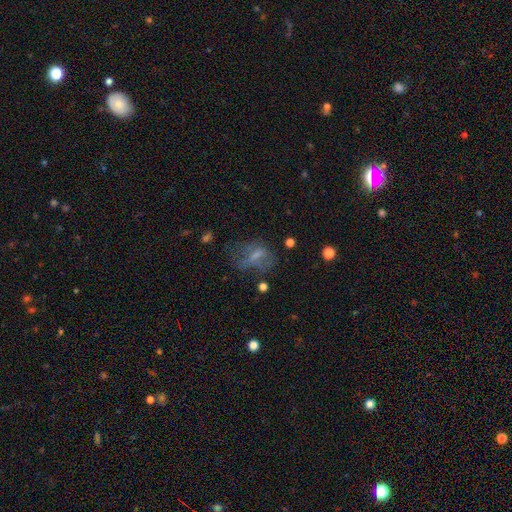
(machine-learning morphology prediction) Smooth or featured: smooth — 47% (featured or disk — 37%)
Merging: none — 39% (major disturbance — 36%)